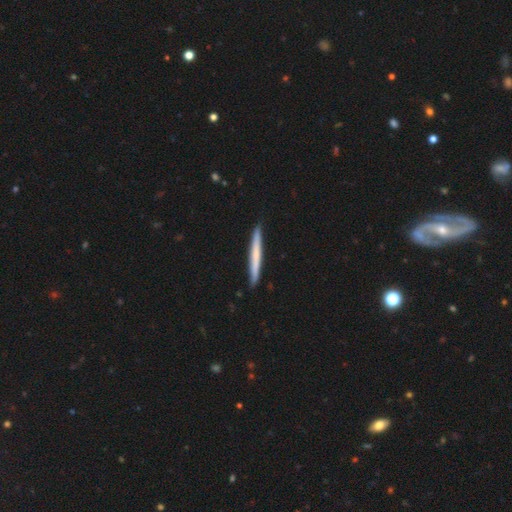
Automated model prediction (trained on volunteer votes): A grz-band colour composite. It shows a smooth galaxy with no disk features (56%) that is cigar-shaped (97%). Merging: none (91%).